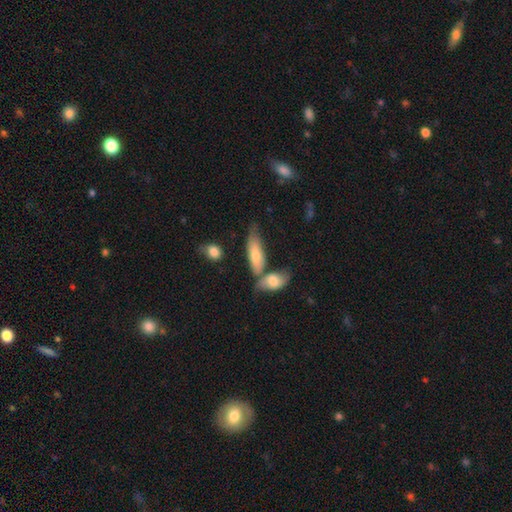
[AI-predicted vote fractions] Smooth or featured? Predicted: smooth (p=0.64). How rounded? Predicted: in between (p=0.58). Merging? Predicted: none (p=0.43).